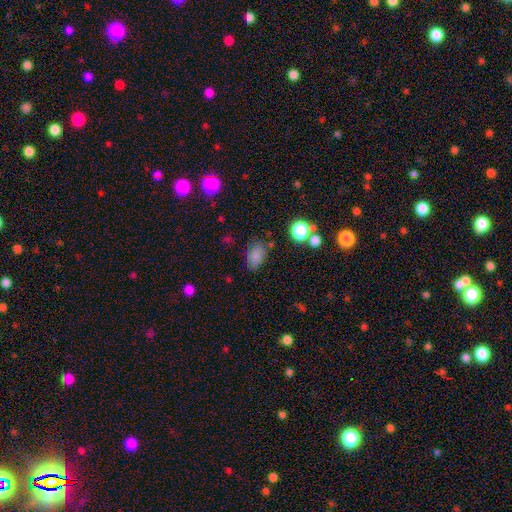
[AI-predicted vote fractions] Q: Smooth or featured?
A: smooth (81%); runner-up: star or artifact (13%)
Q: How rounded?
A: in between (83%); runner-up: round (15%)
Q: Merging?
A: none (73%); runner-up: minor disturbance (17%)